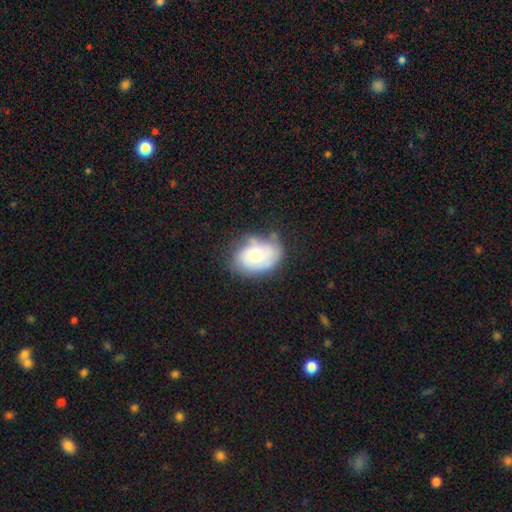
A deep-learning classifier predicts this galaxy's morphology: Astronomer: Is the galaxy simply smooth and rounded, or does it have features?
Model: smooth — 53% (runner-up: featured or disk, 40%).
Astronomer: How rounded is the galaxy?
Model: in between — 77%.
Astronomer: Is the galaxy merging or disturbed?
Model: none — 55%.